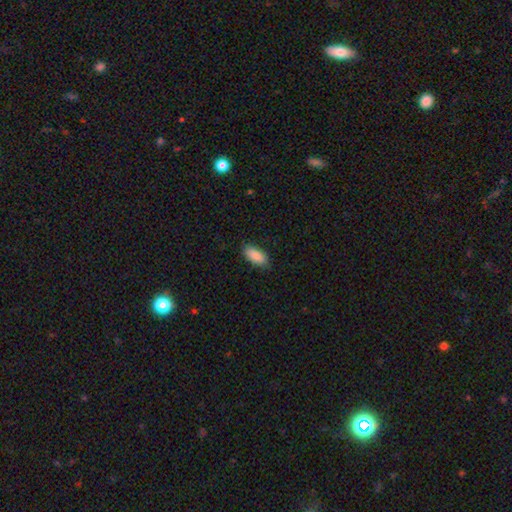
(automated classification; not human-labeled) smooth-or-featured: smooth: 88% | star or artifact: 6% | featured or disk: 5%
  how-rounded: in between: 87% | cigar-shaped: 11% | round: 2%
  merging: none: 85% | minor disturbance: 12% | major disturbance: 2% | merger: 1%